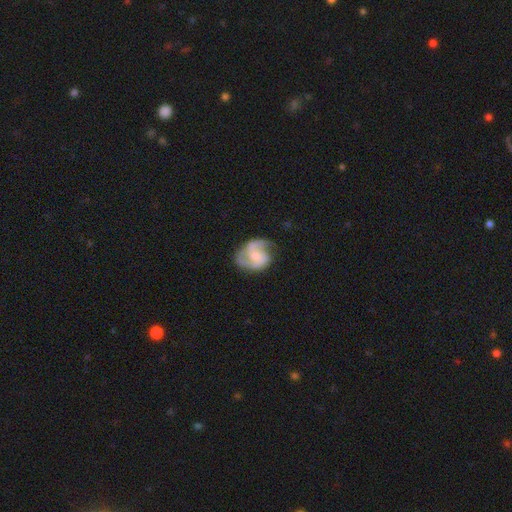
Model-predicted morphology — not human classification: A featured or disk galaxy (80%) with no bar (54%), 2 (72%) medium (51%) spiral arms (94%) and a small central bulge (53%).

Vote fractions:
- Smooth or featured? featured or disk: 80% / smooth: 15% / star or artifact: 5%
- Edge-on disk? no: 98% / yes: 2%
- Bar? no: 54% / weak: 37% / strong: 9%
- Spiral arms? yes: 94% / no: 6%
- Spiral winding? medium: 51% / loose: 29% / tight: 20%
- Spiral arm count? 2: 72% / 3: 12% / can't tell: 8% / 1: 4% / 4: 2% / more than 4: 2%
- Bulge size? small: 53% / moderate: 35% / none: 9% / large: 3% / dominant: 1%
- Merging? none: 61% / minor disturbance: 23% / major disturbance: 13% / merger: 2%